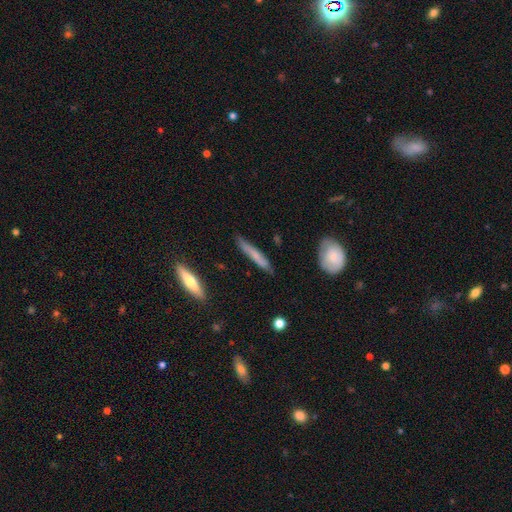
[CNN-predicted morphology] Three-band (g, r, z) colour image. It shows a smooth galaxy with no disk features (56%) that is cigar-shaped (92%). Merging: none (81%).